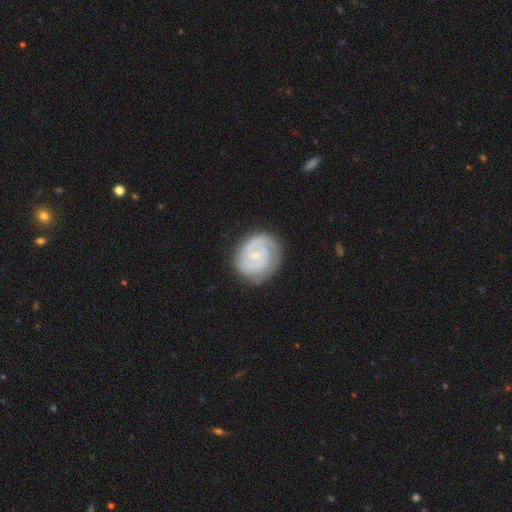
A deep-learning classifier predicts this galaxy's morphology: Smooth or featured: featured or disk — 83% (smooth — 13%)
Edge-on disk: no — 98% (yes — 2%)
Bar: no — 55% (weak — 38%)
Spiral arms: yes — 95% (no — 5%)
Spiral winding: tight — 66% (medium — 28%)
Spiral arm count: 2 — 56% (can't tell — 19%)
Bulge size: small — 73% (moderate — 22%)
Merging: none — 77% (minor disturbance — 17%)